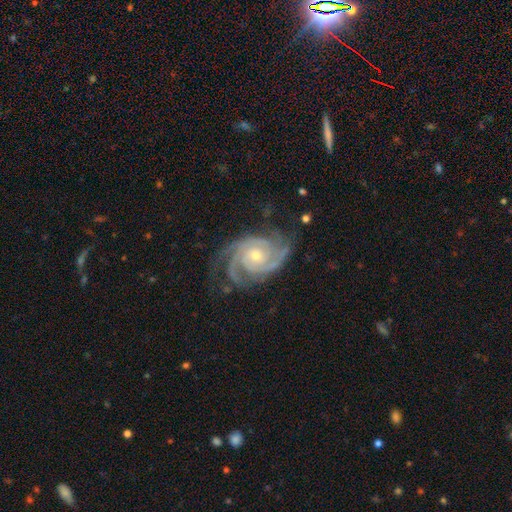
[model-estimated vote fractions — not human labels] Morphology: type=featured or disk (94%); edge-on=no (98%); bar=no (73%); spiral arms=yes (99%); winding=tight (68%); arm count=3 (48%); bulge=small (58%); merging=none (72%).